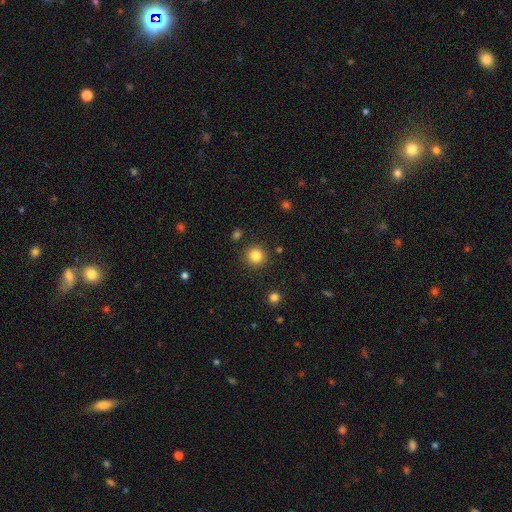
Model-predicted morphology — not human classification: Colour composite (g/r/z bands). It shows a smooth galaxy with no disk features (84%) that is round (93%). Merging: none (89%).